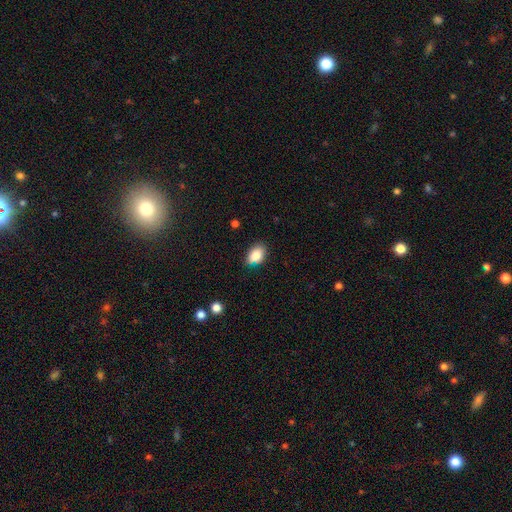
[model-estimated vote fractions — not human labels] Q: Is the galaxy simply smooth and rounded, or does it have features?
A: smooth — 85%.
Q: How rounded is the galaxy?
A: in between — 84%.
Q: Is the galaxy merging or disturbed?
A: none — 75%.